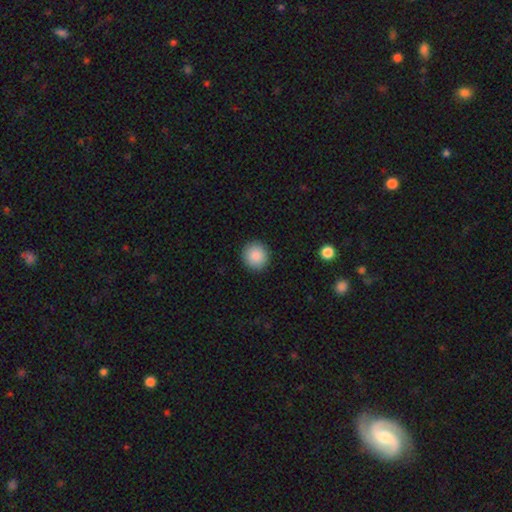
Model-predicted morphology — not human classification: Q: Smooth or featured?
A: smooth (88%); runner-up: star or artifact (8%)
Q: How rounded?
A: round (93%); runner-up: in between (6%)
Q: Merging?
A: none (92%); runner-up: minor disturbance (5%)